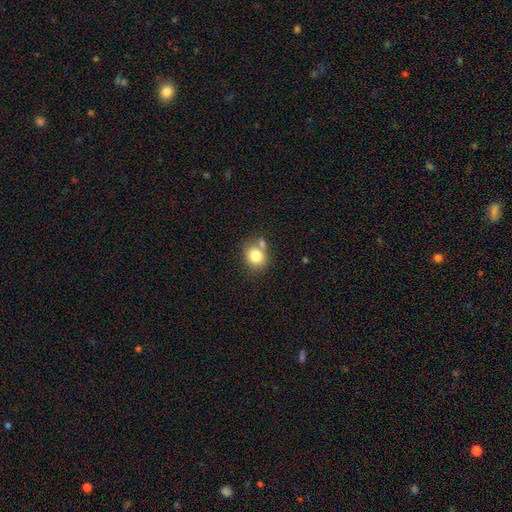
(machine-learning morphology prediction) Smooth or featured?
  - smooth: 80% *
  - star or artifact: 10%
  - featured or disk: 10%
How rounded?
  - round: 70% *
  - in between: 29%
  - cigar-shaped: 1%
Merging?
  - none: 57% *
  - merger: 26%
  - minor disturbance: 13%
  - major disturbance: 4%